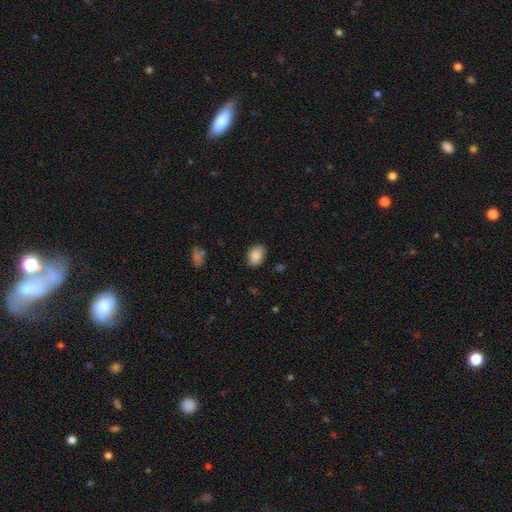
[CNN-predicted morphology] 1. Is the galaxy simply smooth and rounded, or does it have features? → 88% smooth, 7% star or artifact, 5% featured or disk.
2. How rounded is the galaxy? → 79% in between, 20% round, 1% cigar-shaped.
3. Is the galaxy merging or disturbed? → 83% none, 13% minor disturbance, 3% major disturbance, 1% merger.